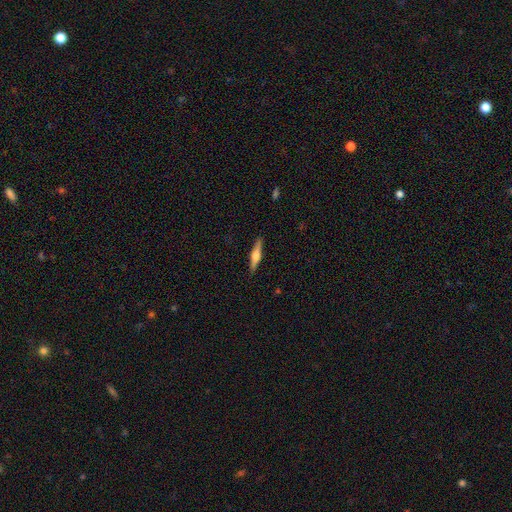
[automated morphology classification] Smooth or featured? Predicted: featured or disk (p=0.62). Edge-on disk? Predicted: yes (p=0.97). Edge-on bulge? Predicted: rounded (p=0.85). Merging? Predicted: none (p=0.90).